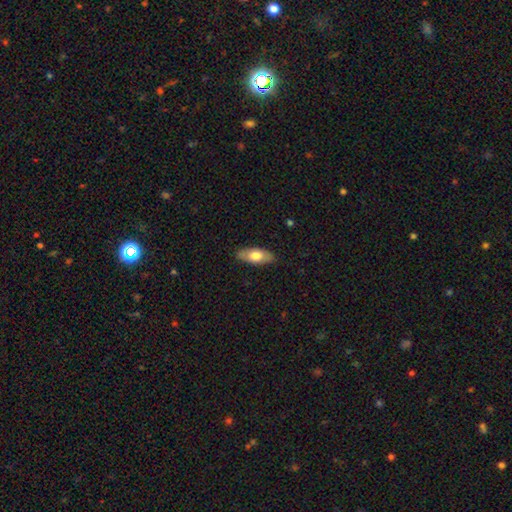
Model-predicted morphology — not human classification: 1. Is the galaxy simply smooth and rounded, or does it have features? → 68% smooth, 26% featured or disk, 5% star or artifact.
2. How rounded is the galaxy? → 81% in between, 16% cigar-shaped, 3% round.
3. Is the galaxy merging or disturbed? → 86% none, 11% minor disturbance, 2% major disturbance, 1% merger.